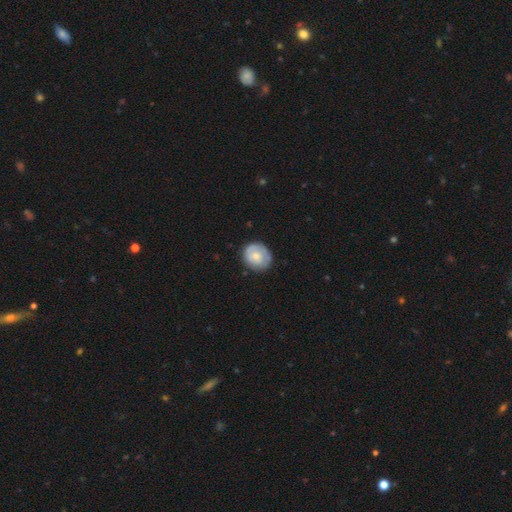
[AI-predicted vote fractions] This appears to be a smooth galaxy with no disk features (59%) that is round (73%). Merging: none (74%).